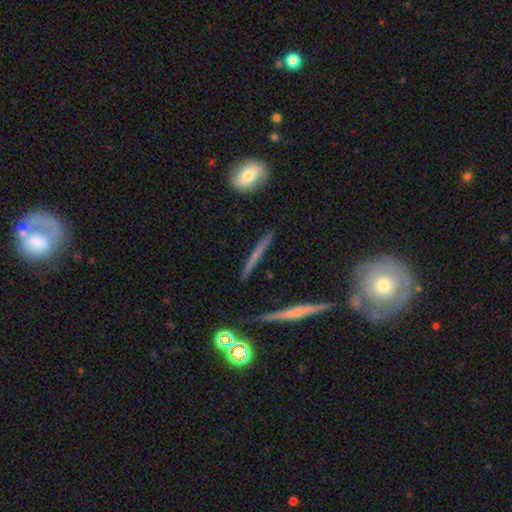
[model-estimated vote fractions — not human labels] featured or disk 55%, smooth 32%, star or artifact 12%. Down the decision tree: edge-on disk — yes (91%); edge-on bulge — none (62%); merging — none (85%).